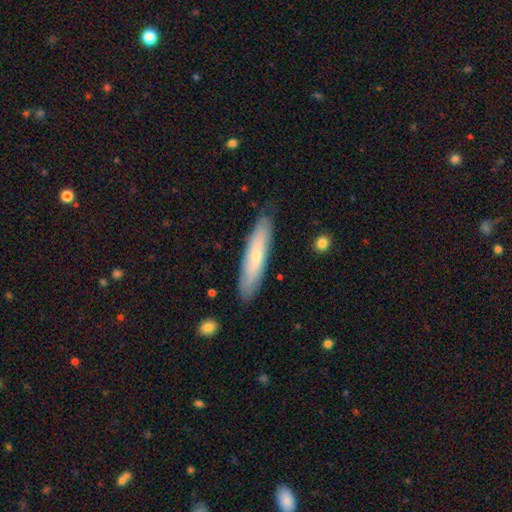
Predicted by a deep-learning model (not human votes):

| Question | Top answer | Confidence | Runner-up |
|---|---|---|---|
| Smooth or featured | smooth | 55% | featured or disk (39%) |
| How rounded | cigar-shaped | 81% | in between (18%) |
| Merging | none | 85% | minor disturbance (12%) |